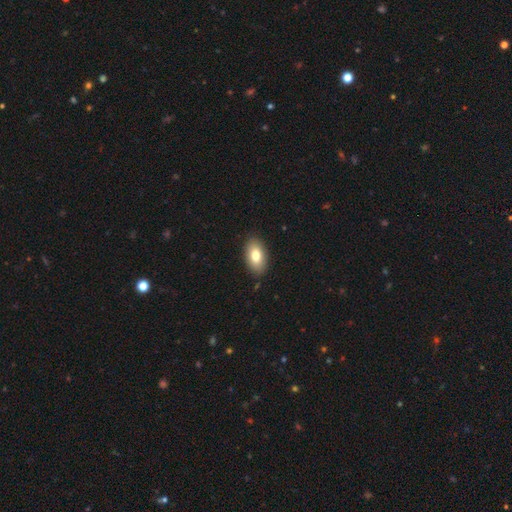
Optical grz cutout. It shows a smooth galaxy with no disk features (69%) that is in between round and cigar-shaped (93%). Merging: none (76%).